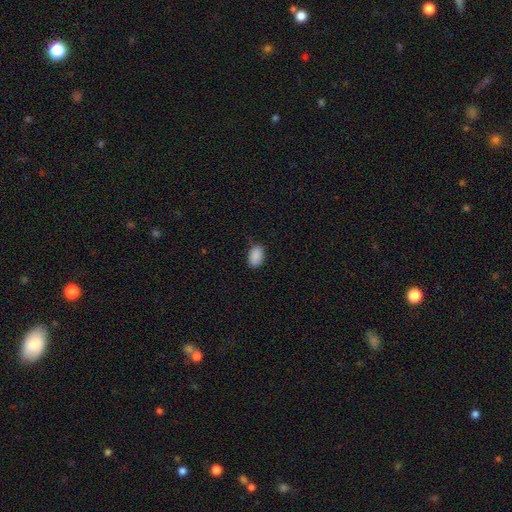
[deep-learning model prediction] Smooth or featured? smooth (89%)
How rounded? in between (89%)
Merging? none (75%)